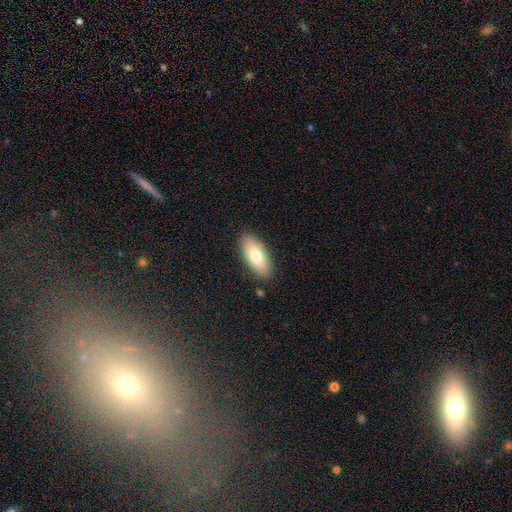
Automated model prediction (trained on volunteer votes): A smooth galaxy with no disk features (77%) that is in between round and cigar-shaped (86%). Merging: none (87%).